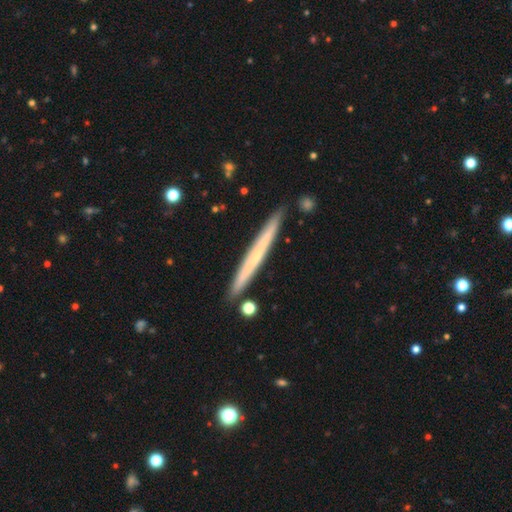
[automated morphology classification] featured or disk 48%, smooth 46%, star or artifact 6%. Down the decision tree: merging — none (90%).